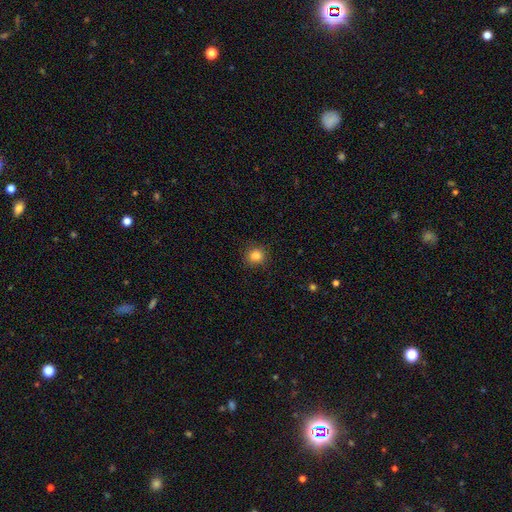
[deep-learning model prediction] Smooth or featured?
  - smooth: 85% *
  - star or artifact: 11%
  - featured or disk: 4%
How rounded?
  - round: 89% *
  - in between: 10%
  - cigar-shaped: 1%
Merging?
  - none: 89% *
  - minor disturbance: 8%
  - major disturbance: 2%
  - merger: 1%